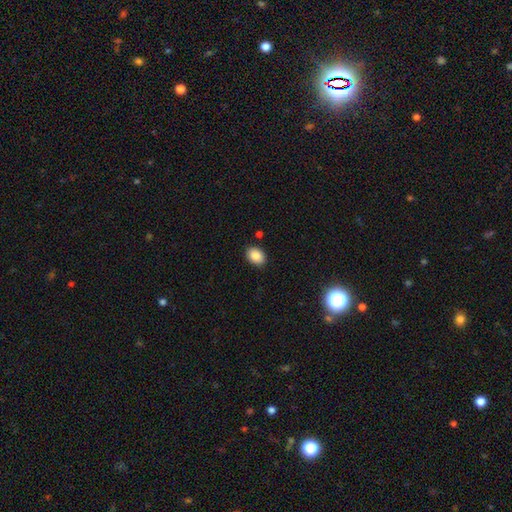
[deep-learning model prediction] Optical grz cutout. It shows a smooth galaxy with no disk features (88%) that is in between round and cigar-shaped (74%). Merging: none (88%).